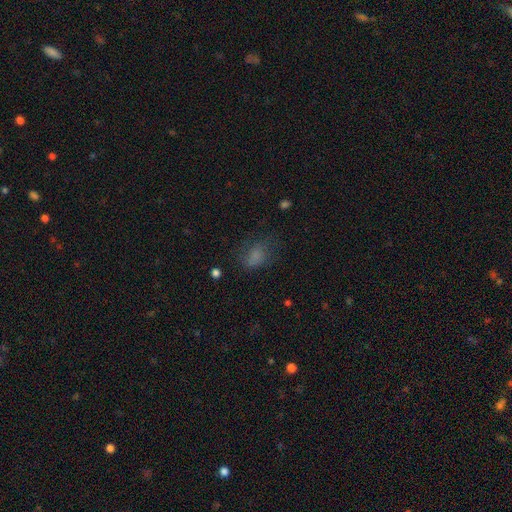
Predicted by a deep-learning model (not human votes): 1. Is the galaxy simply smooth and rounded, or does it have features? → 72% smooth, 15% star or artifact, 13% featured or disk.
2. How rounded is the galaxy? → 77% in between, 21% round, 2% cigar-shaped.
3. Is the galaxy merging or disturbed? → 52% none, 25% minor disturbance, 21% major disturbance, 2% merger.